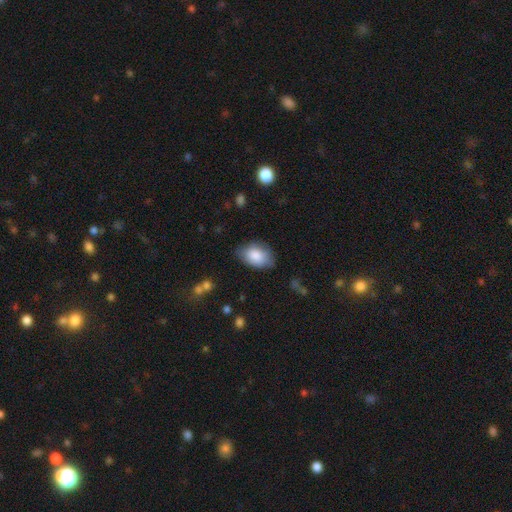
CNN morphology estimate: Q: Smooth or featured?
A: smooth (85%); runner-up: featured or disk (9%)
Q: How rounded?
A: in between (89%); runner-up: round (10%)
Q: Merging?
A: none (73%); runner-up: minor disturbance (21%)